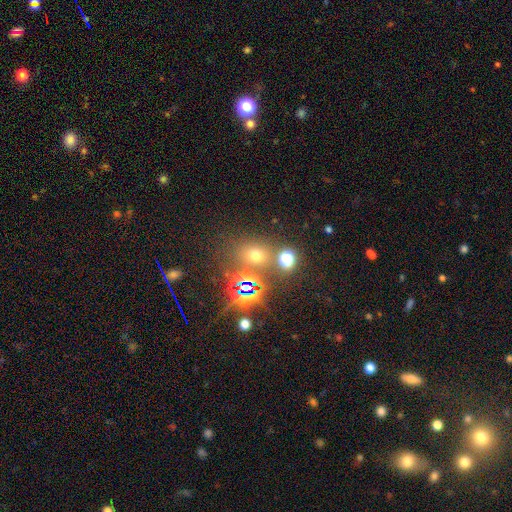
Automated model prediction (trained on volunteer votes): Smooth or featured? smooth (50%)
How rounded? round (59%)
Merging? none (70%)